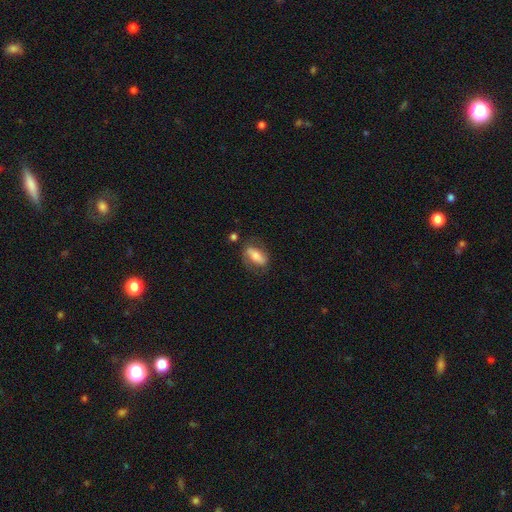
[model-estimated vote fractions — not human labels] Smooth or featured? smooth (54%)
How rounded? in between (75%)
Merging? none (66%)